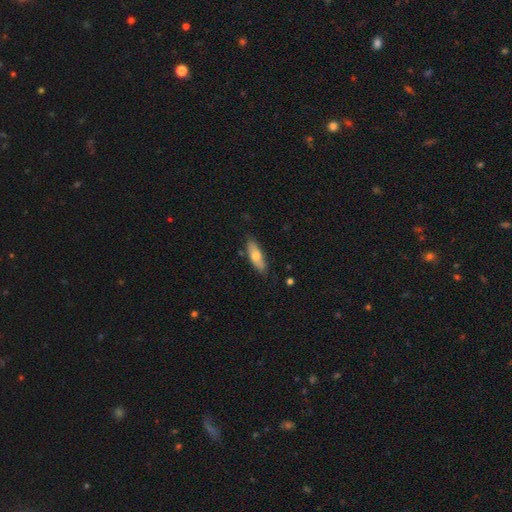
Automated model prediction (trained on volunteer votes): Overall: smooth (67%; featured or disk 27%). How rounded: in between (56%; cigar-shaped 41%). Merging: none (80%).